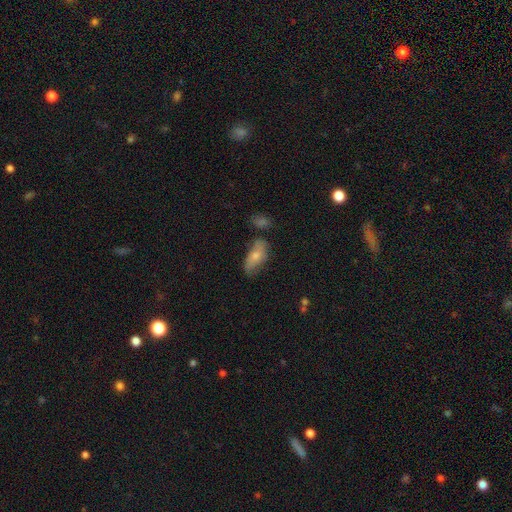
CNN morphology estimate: smooth 64%, featured or disk 29%, star or artifact 7%. Down the decision tree: how rounded — in between (88%); merging — none (52%).